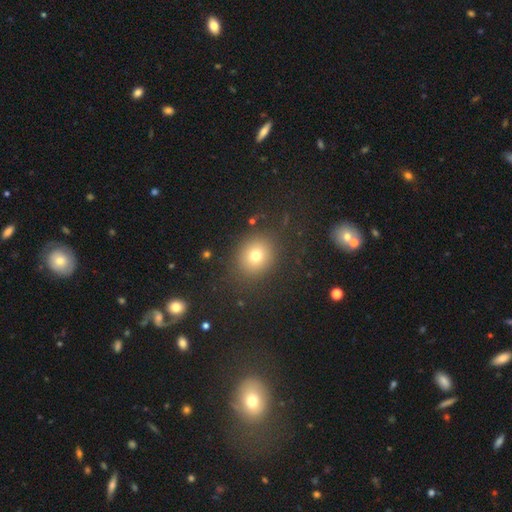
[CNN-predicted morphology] A smooth galaxy with no disk features (74%) that is round (76%).

Vote fractions:
- Smooth or featured? smooth: 74% / star or artifact: 16% / featured or disk: 10%
- How rounded? round: 76% / in between: 23% / cigar-shaped: 1%
- Merging? none: 85% / minor disturbance: 9% / major disturbance: 4% / merger: 2%